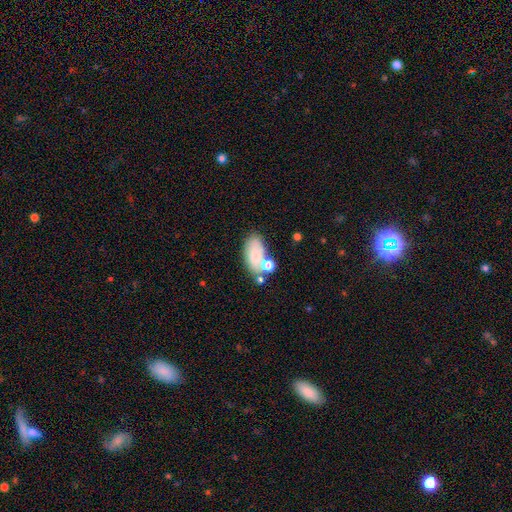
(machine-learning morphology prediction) smooth 72%, featured or disk 18%, star or artifact 9%. Down the decision tree: how rounded — in between (91%); merging — none (49%).